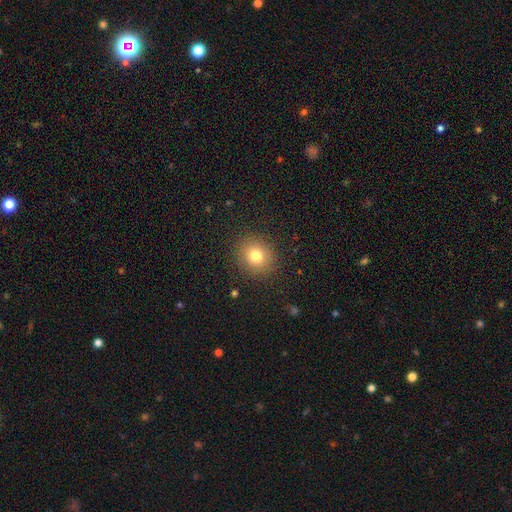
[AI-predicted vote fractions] A smooth galaxy with no disk features (77%) that is round (82%). Merging: none (89%).